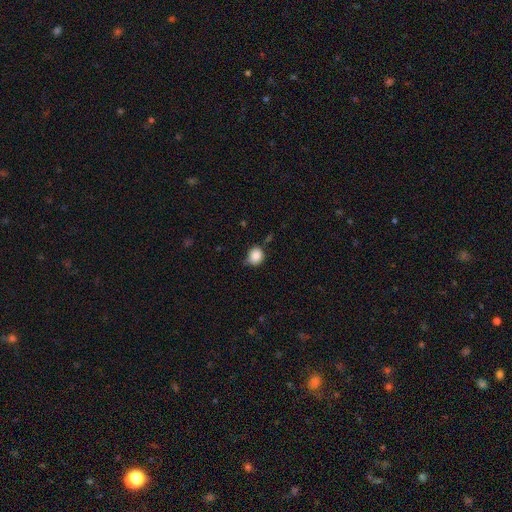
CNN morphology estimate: This is clearly a smooth galaxy (86%). How rounded: likely round (71%). Merging: likely none (62%).